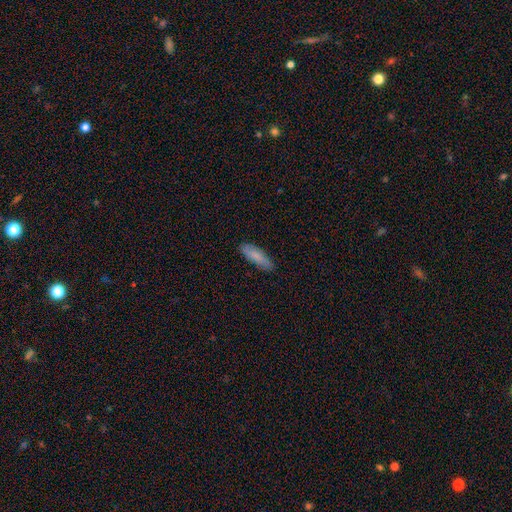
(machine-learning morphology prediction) This is clearly a smooth galaxy (83%). How rounded: possibly cigar-shaped (51%). Merging: clearly none (86%).